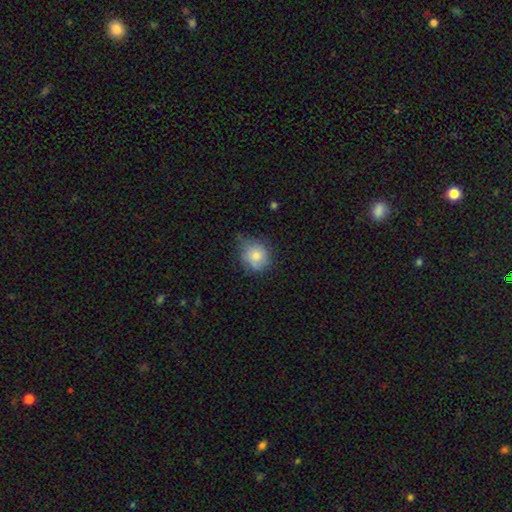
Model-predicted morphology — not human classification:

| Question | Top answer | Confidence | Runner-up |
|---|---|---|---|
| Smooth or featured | smooth | 76% | featured or disk (14%) |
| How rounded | round | 78% | in between (21%) |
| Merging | none | 50% | minor disturbance (38%) |